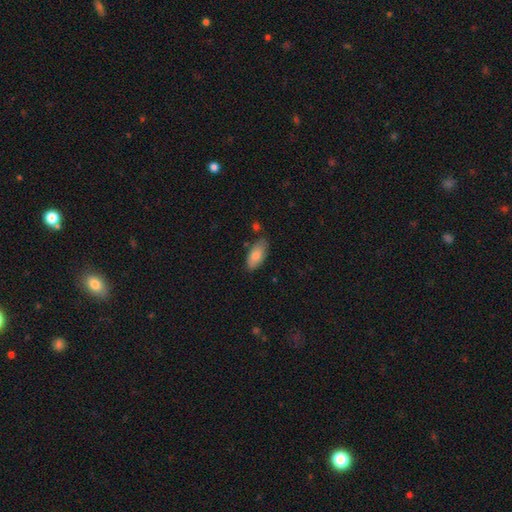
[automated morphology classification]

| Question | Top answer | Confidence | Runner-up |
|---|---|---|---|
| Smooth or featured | smooth | 82% | featured or disk (12%) |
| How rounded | in between | 89% | cigar-shaped (9%) |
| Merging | none | 75% | minor disturbance (18%) |